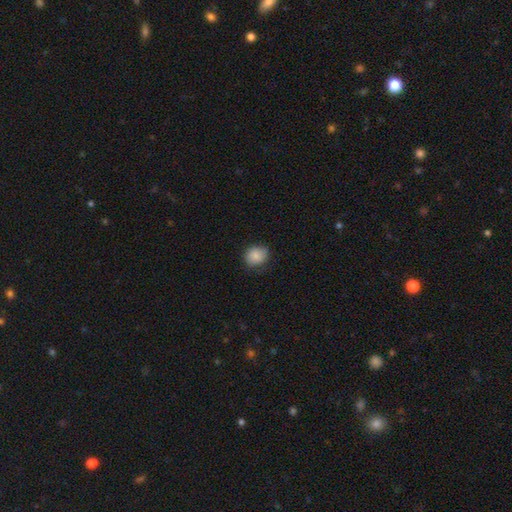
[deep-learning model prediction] Smooth or featured? Predicted: smooth (p=0.86). How rounded? Predicted: round (p=0.73). Merging? Predicted: none (p=0.74).